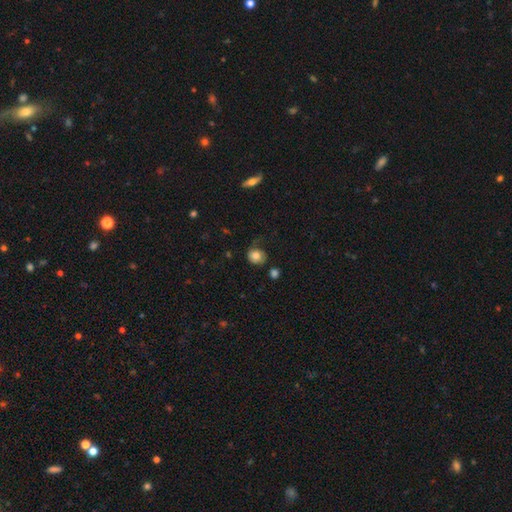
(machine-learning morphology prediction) The model was most divided on "merging": none: 54%, minor disturbance: 29%, major disturbance: 15%, merger: 3%. More confident: smooth or featured — smooth (77%); how rounded — round (66%).